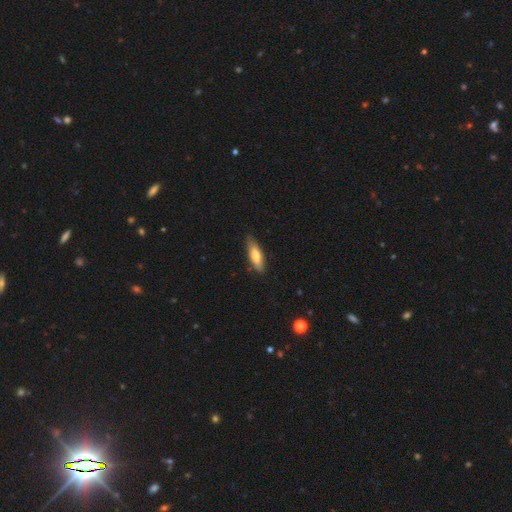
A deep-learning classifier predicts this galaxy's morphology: type=smooth (71%); roundness=cigar-shaped (52%); merging=none (80%).